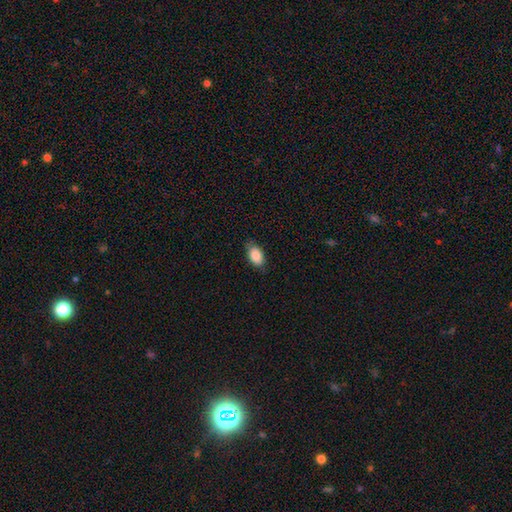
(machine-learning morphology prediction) This is clearly a smooth galaxy (88%). How rounded: clearly in between (92%). Merging: likely none (80%).